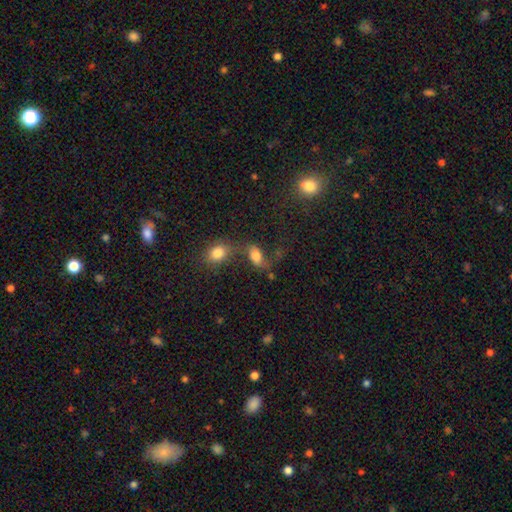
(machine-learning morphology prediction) This appears to be a smooth galaxy with no disk features (62%) that is in between round and cigar-shaped (83%). Merging: none (41%).